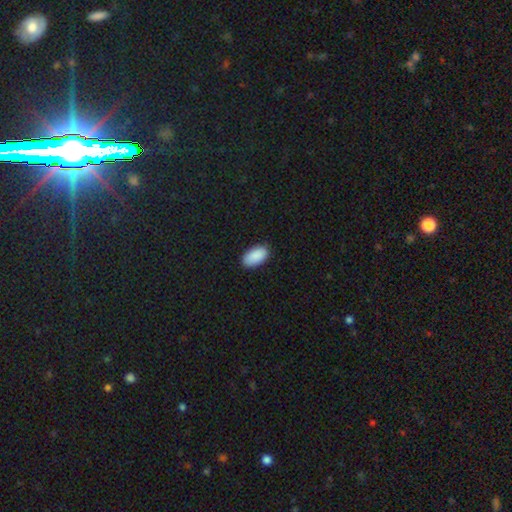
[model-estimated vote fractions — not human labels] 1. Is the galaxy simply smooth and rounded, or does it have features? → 91% smooth, 6% star or artifact, 3% featured or disk.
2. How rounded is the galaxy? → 95% in between, 3% round, 2% cigar-shaped.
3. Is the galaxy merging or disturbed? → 87% none, 10% minor disturbance, 2% major disturbance, 1% merger.